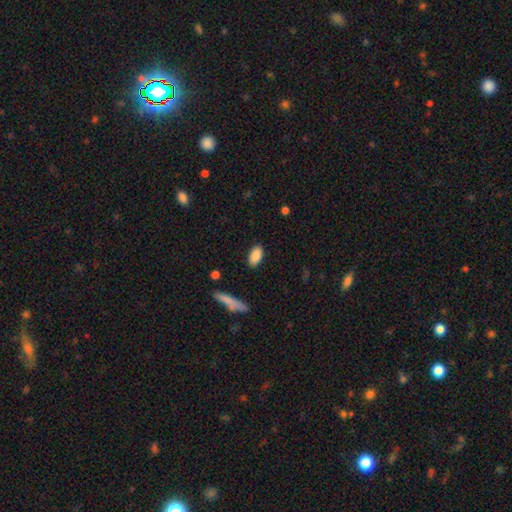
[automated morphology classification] This appears to be a smooth galaxy with no disk features (88%) that is in between round and cigar-shaped (91%). Merging: none (86%).